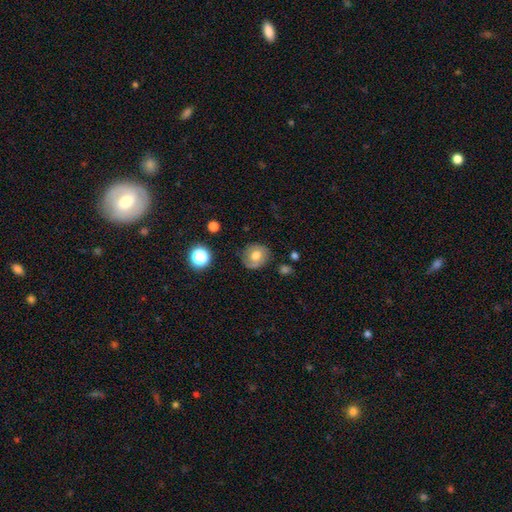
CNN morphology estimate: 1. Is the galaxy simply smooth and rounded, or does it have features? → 64% smooth, 25% featured or disk, 10% star or artifact.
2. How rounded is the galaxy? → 77% round, 22% in between, 1% cigar-shaped.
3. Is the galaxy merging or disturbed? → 76% none, 17% minor disturbance, 5% major disturbance, 2% merger.